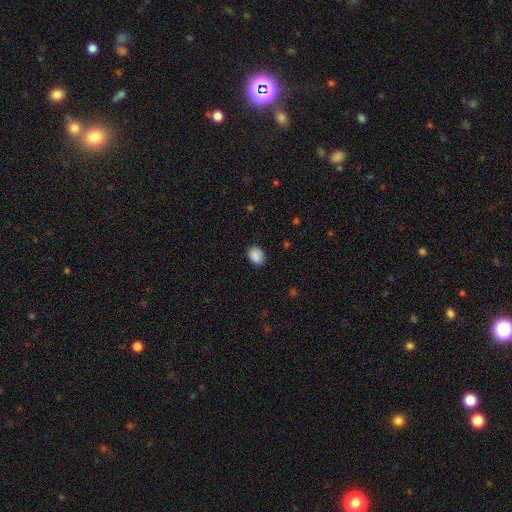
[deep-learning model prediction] This is clearly a smooth galaxy (88%). How rounded: possibly in between (54%). Merging: clearly none (84%).